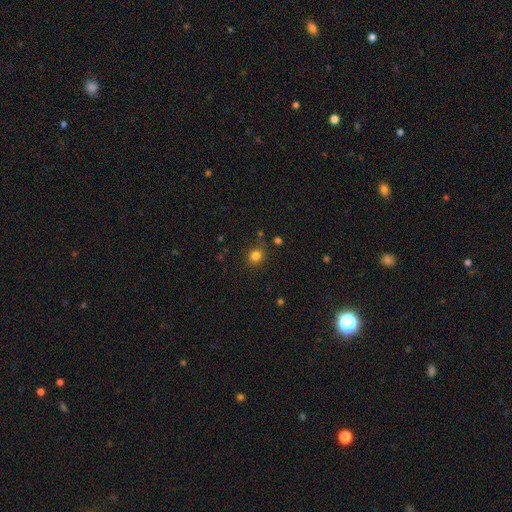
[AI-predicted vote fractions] Smooth or featured? Predicted: smooth (p=0.82). How rounded? Predicted: round (p=0.85). Merging? Predicted: none (p=0.79).